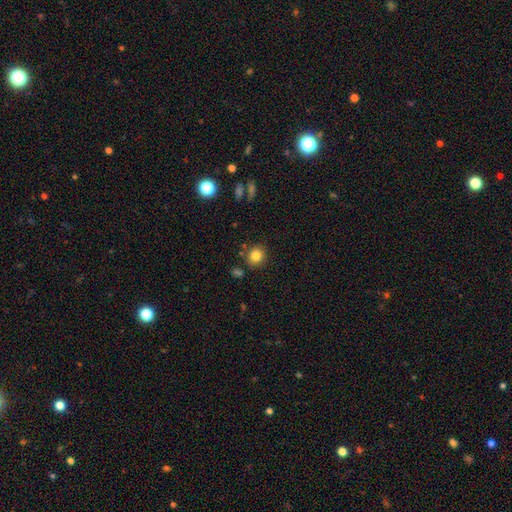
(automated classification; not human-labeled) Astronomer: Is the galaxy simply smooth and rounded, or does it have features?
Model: smooth — 82%.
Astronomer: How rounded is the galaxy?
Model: round — 85%.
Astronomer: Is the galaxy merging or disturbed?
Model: none — 85%.